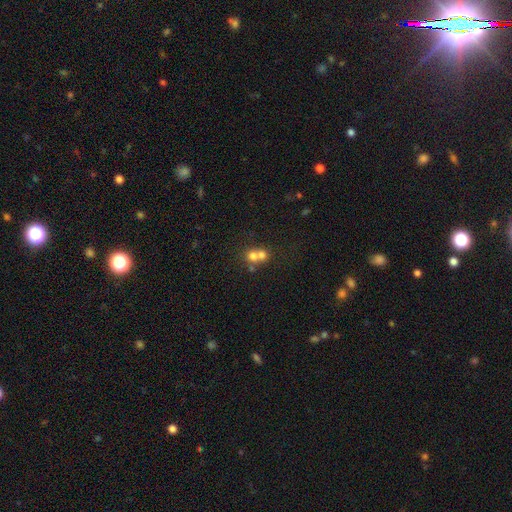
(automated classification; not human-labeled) A smooth galaxy with no disk features (69%) that is round (83%).

Vote fractions:
- Smooth or featured? smooth: 69% / featured or disk: 18% / star or artifact: 13%
- How rounded? round: 83% / in between: 16% / cigar-shaped: 1%
- Merging? merger: 63% / none: 30% / minor disturbance: 5% / major disturbance: 2%